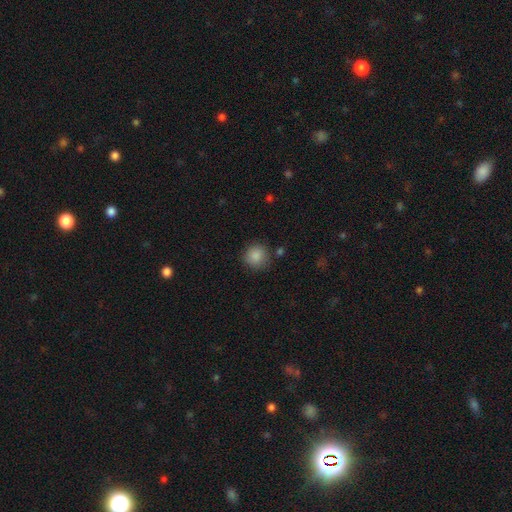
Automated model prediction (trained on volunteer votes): Morphology: type=smooth (87%); roundness=round (91%); merging=none (83%).